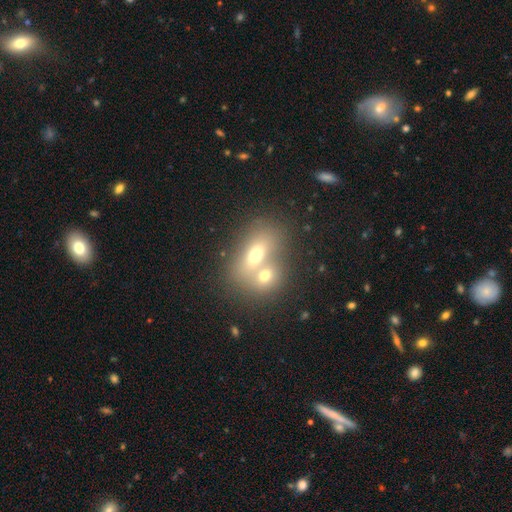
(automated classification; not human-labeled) Smooth or featured? Predicted: smooth (p=0.60). How rounded? Predicted: in between (p=0.68). Merging? Predicted: merger (p=0.63).